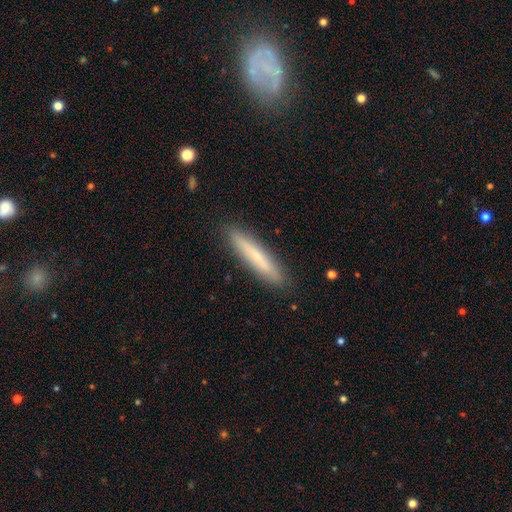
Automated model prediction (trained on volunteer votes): Overall: smooth (67%; featured or disk 27%). How rounded: cigar-shaped (93%). Merging: none (89%).